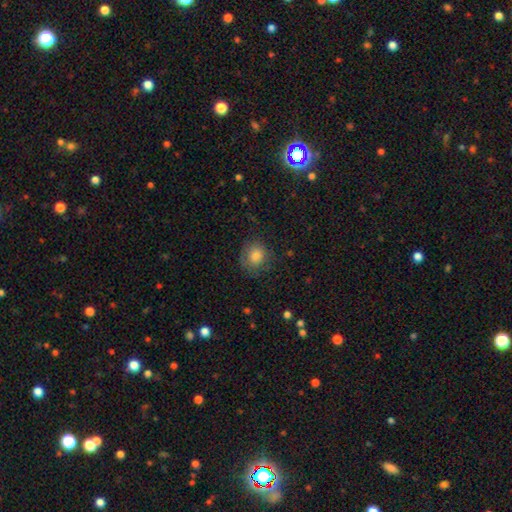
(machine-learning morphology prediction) smooth-or-featured: smooth: 77% | featured or disk: 12% | star or artifact: 11%
  how-rounded: round: 78% | in between: 21% | cigar-shaped: 1%
  merging: none: 73% | minor disturbance: 18% | major disturbance: 7% | merger: 1%